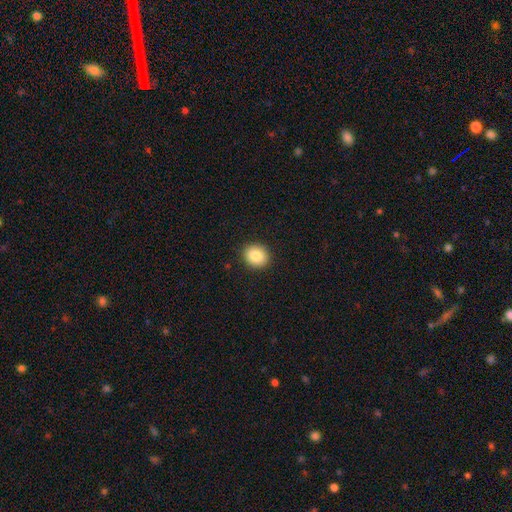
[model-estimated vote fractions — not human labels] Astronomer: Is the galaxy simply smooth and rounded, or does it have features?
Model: smooth — 85%.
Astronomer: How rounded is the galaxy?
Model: round — 79%.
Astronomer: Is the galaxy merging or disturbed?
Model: none — 91%.